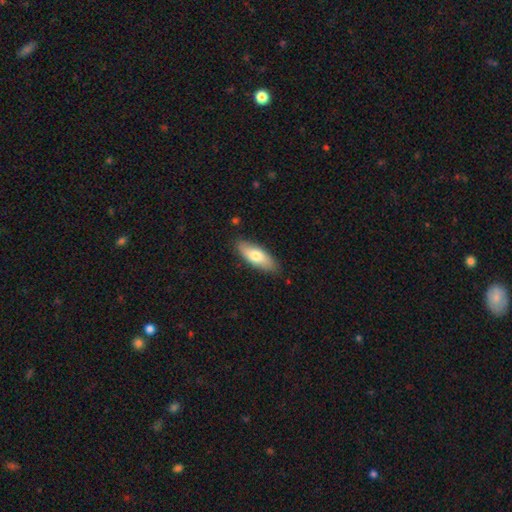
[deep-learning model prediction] Q: Smooth or featured?
A: smooth (72%); runner-up: featured or disk (23%)
Q: How rounded?
A: in between (70%); runner-up: cigar-shaped (28%)
Q: Merging?
A: none (84%); runner-up: minor disturbance (12%)